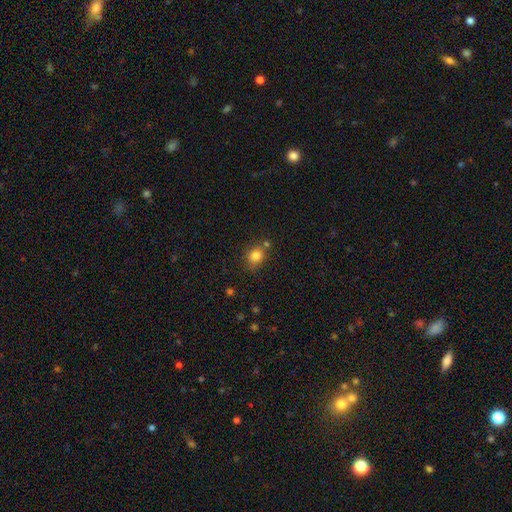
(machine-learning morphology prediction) A smooth galaxy with no disk features (81%) that is round (62%).

Vote fractions:
- Smooth or featured? smooth: 81% / star or artifact: 12% / featured or disk: 7%
- How rounded? round: 62% / in between: 37% / cigar-shaped: 1%
- Merging? none: 70% / minor disturbance: 15% / merger: 11% / major disturbance: 4%